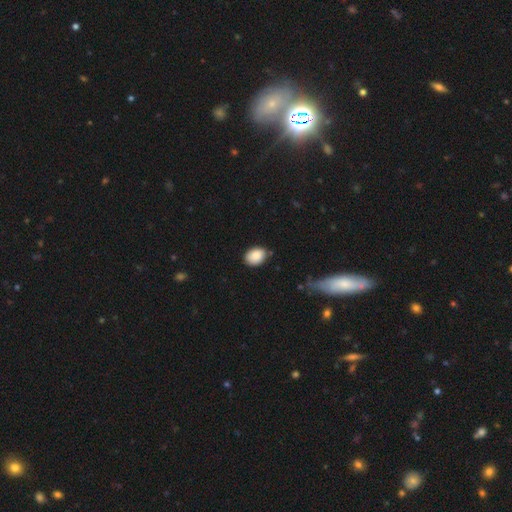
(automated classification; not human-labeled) Q: Smooth or featured?
A: smooth (88%); runner-up: star or artifact (7%)
Q: How rounded?
A: in between (74%); runner-up: round (25%)
Q: Merging?
A: none (76%); runner-up: minor disturbance (19%)